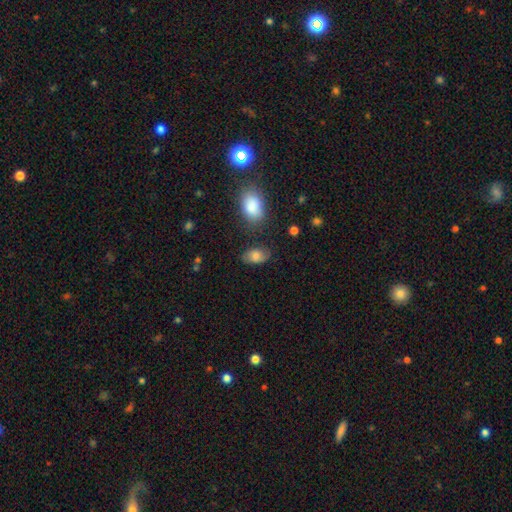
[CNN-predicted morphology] smooth_or_featured: smooth (p=0.74) [alt: featured or disk p=0.17]
how_rounded: in between (p=0.89) [alt: round p=0.10]
merging: none (p=0.71) [alt: minor disturbance p=0.20]